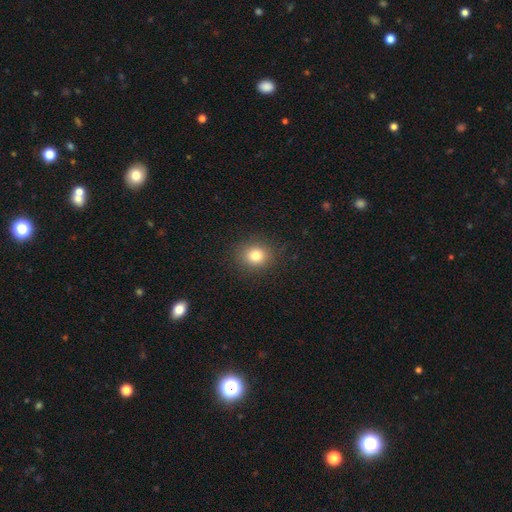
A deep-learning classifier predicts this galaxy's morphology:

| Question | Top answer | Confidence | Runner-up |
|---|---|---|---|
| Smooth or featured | smooth | 81% | star or artifact (12%) |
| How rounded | round | 75% | in between (24%) |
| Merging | none | 89% | minor disturbance (8%) |